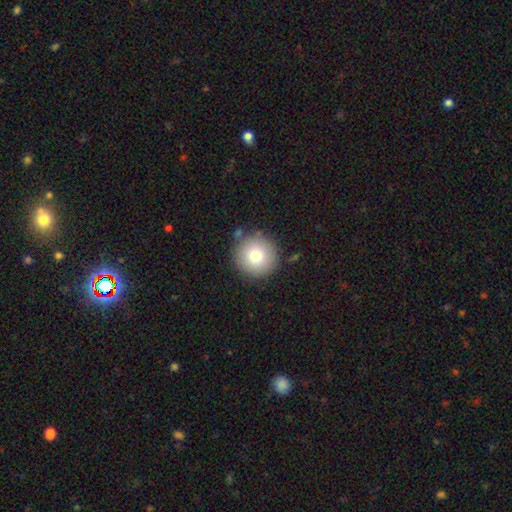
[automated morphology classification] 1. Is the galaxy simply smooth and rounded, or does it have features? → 76% smooth, 13% featured or disk, 11% star or artifact.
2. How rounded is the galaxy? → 96% round, 3% in between, 1% cigar-shaped.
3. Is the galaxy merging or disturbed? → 87% none, 8% minor disturbance, 3% merger, 3% major disturbance.